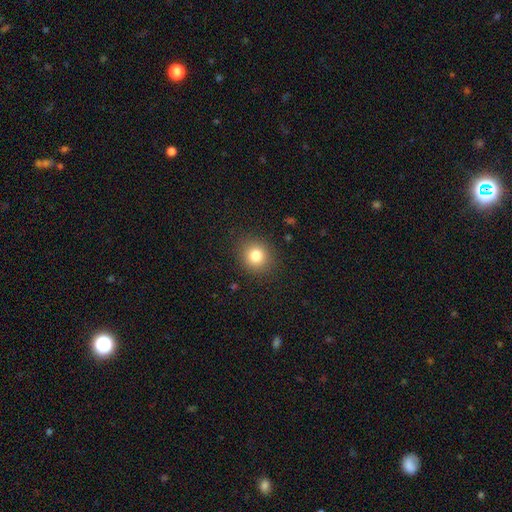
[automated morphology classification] Overall: smooth (81%). How rounded: round (83%). Merging: none (88%).